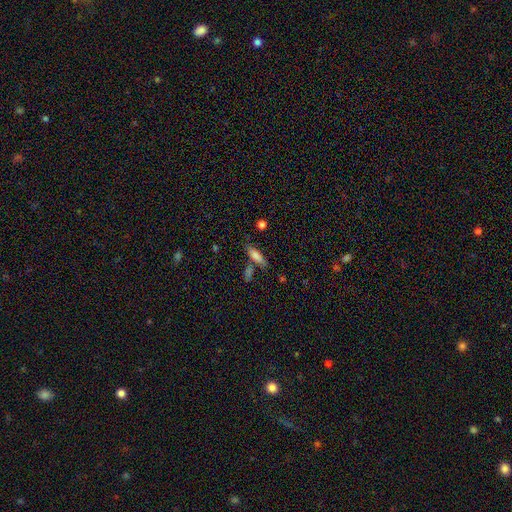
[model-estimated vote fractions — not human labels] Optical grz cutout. It shows a smooth galaxy with no disk features (73%) that is cigar-shaped (50%). Merging: none (62%).